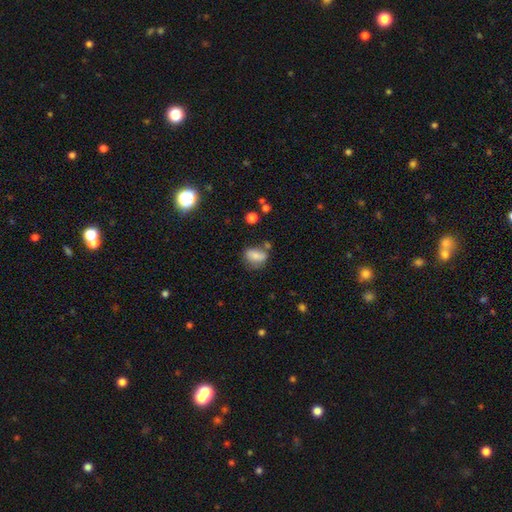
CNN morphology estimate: smooth-or-featured: smooth: 73% | featured or disk: 17% | star or artifact: 10%
  how-rounded: in between: 70% | round: 27% | cigar-shaped: 3%
  merging: none: 53% | minor disturbance: 24% | merger: 13% | major disturbance: 9%